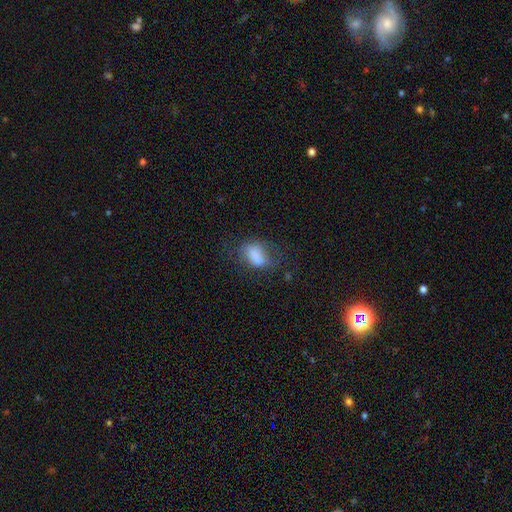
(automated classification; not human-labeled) The model was most divided on "merging": none: 47%, minor disturbance: 27%, major disturbance: 22%, merger: 4%. More confident: how rounded — in between (84%); smooth or featured — smooth (75%).